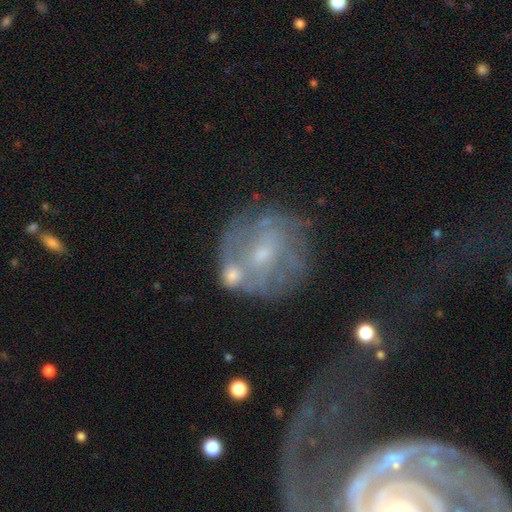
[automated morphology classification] This is likely a featured or disk galaxy (66%). It is clearly not viewed edge-on (96%). Bar: possibly no (51%). Spiral arm pattern: likely yes (69%). Central bulge: likely small (65%). Merging: possibly none (54%).